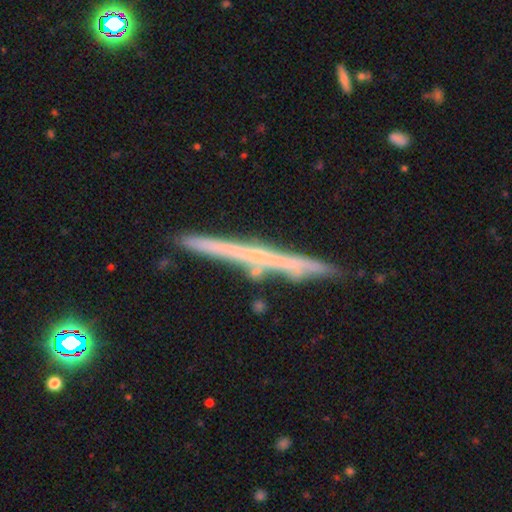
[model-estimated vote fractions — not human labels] Q: Smooth or featured?
A: featured or disk (63%); runner-up: smooth (29%)
Q: Edge-on disk?
A: yes (97%); runner-up: no (3%)
Q: Edge-on bulge?
A: none (88%); runner-up: rounded (9%)
Q: Merging?
A: none (82%); runner-up: minor disturbance (12%)